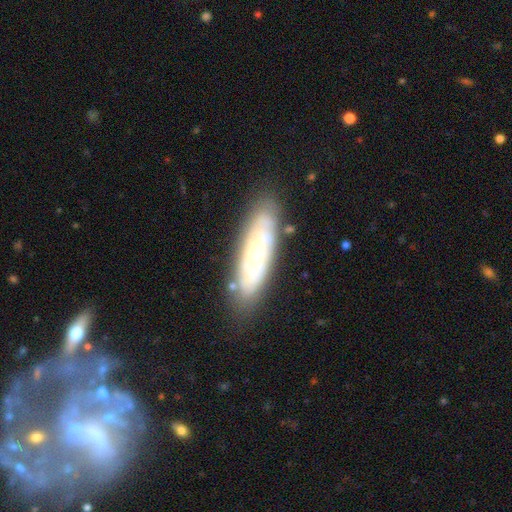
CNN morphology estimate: A featured or disk galaxy (57%). Merging: none (79%).